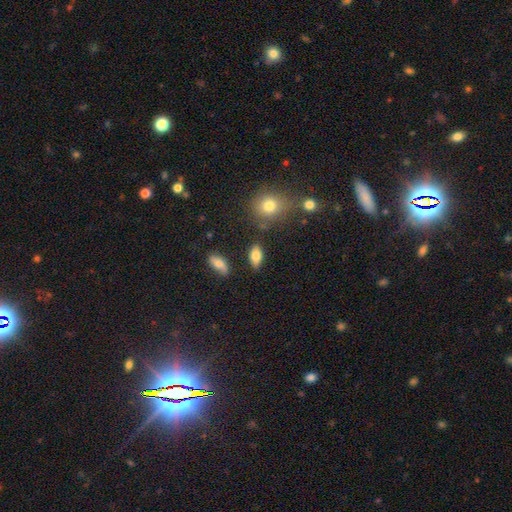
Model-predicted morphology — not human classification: smooth_or_featured: smooth (p=0.80) [alt: featured or disk p=0.12]
how_rounded: in between (p=0.88) [alt: cigar-shaped p=0.07]
merging: none (p=0.80) [alt: minor disturbance p=0.12]